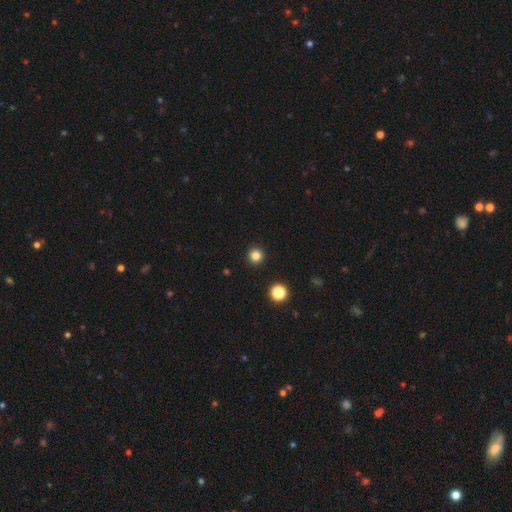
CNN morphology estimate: Smooth or featured? smooth (83%)
How rounded? round (96%)
Merging? none (94%)